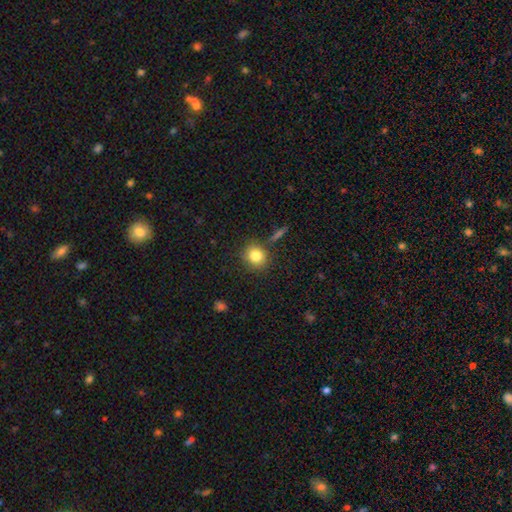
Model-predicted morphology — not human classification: A smooth galaxy with no disk features (82%) that is round (85%).

Vote fractions:
- Smooth or featured? smooth: 82% / star or artifact: 10% / featured or disk: 8%
- How rounded? round: 85% / in between: 14% / cigar-shaped: 1%
- Merging? none: 84% / minor disturbance: 9% / merger: 4% / major disturbance: 3%